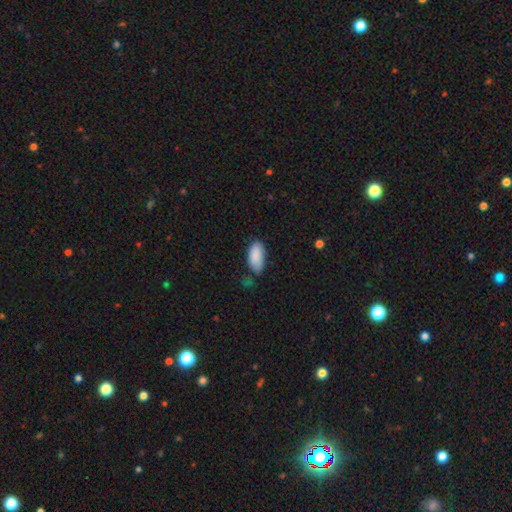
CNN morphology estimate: Smooth or featured: smooth — 89% (star or artifact — 6%)
How rounded: in between — 93% (cigar-shaped — 5%)
Merging: none — 60% (minor disturbance — 30%)